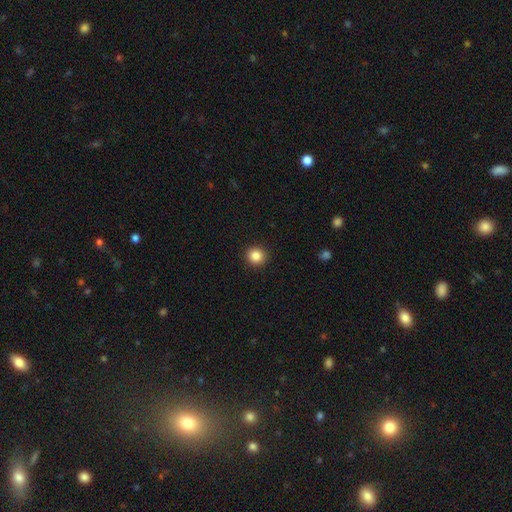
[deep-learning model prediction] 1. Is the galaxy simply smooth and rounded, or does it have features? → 85% smooth, 10% star or artifact, 4% featured or disk.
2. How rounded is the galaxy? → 92% round, 7% in between, 1% cigar-shaped.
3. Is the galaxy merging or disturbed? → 93% none, 5% minor disturbance, 2% major disturbance, 1% merger.